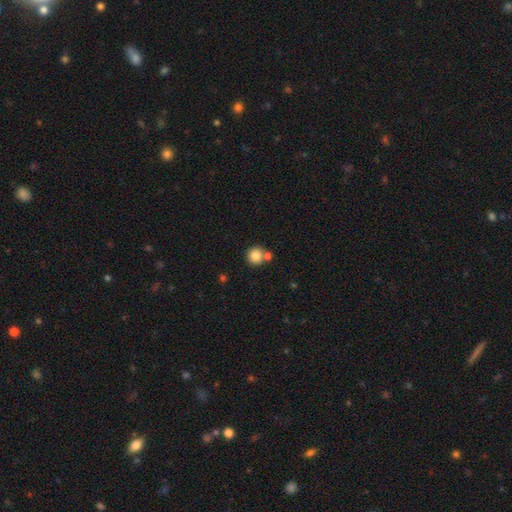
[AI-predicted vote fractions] Overall: smooth (82%). How rounded: round (92%). Merging: none (63%; merger 26%).